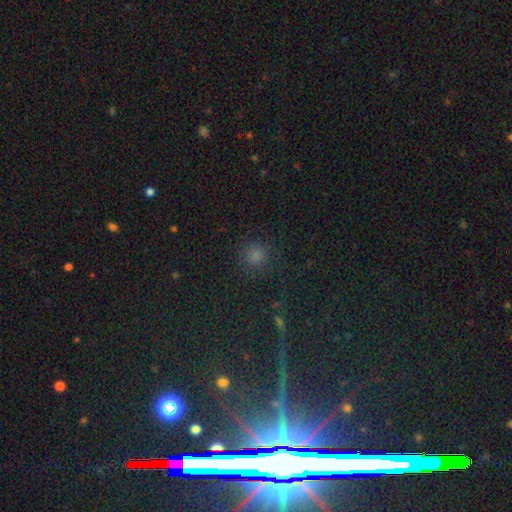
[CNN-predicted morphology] smooth_or_featured: smooth (p=0.71) [alt: star or artifact p=0.23]
how_rounded: round (p=0.90) [alt: in between p=0.09]
merging: none (p=0.83) [alt: minor disturbance p=0.10]